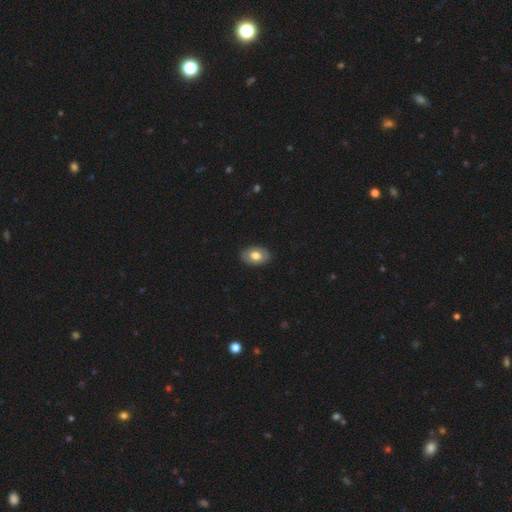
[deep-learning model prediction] The model was most divided on "smooth or featured": smooth: 68%, featured or disk: 26%, star or artifact: 6%. More confident: merging — none (88%); how rounded — in between (85%).